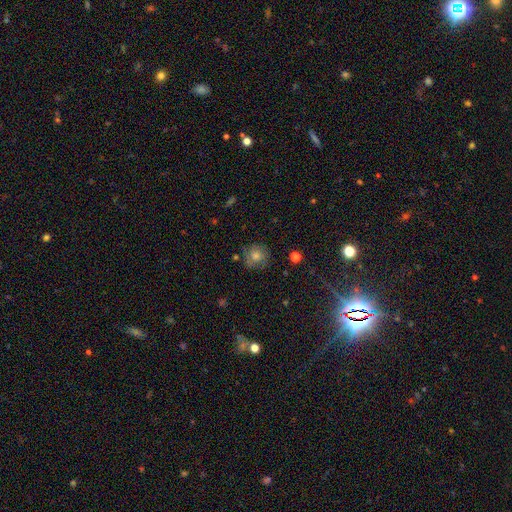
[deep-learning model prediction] smooth_or_featured: smooth (p=0.53) [alt: featured or disk p=0.25]
how_rounded: round (p=0.87) [alt: in between p=0.12]
merging: none (p=0.76) [alt: minor disturbance p=0.16]